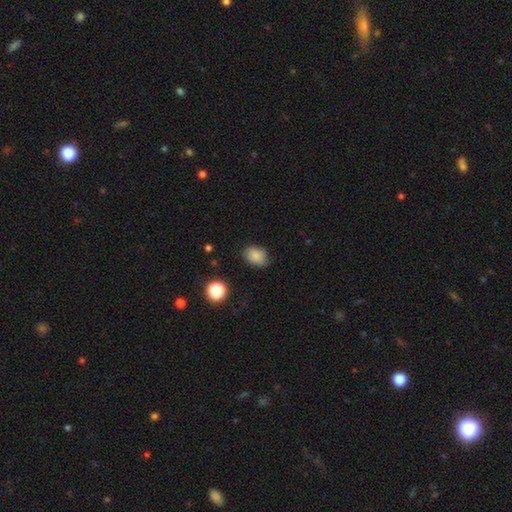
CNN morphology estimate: smooth-or-featured: smooth: 85% | star or artifact: 10% | featured or disk: 5%
  how-rounded: in between: 71% | round: 28% | cigar-shaped: 1%
  merging: none: 77% | minor disturbance: 18% | major disturbance: 3% | merger: 1%